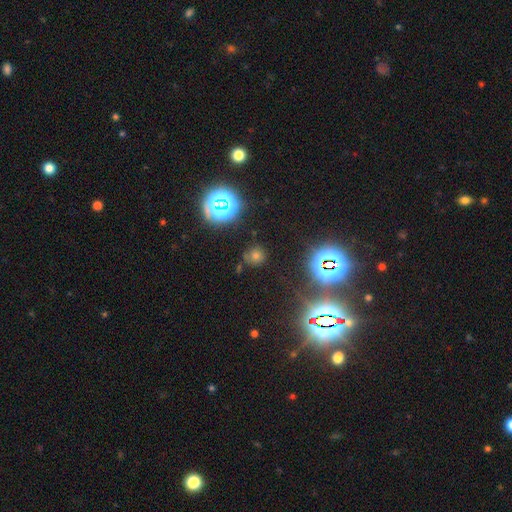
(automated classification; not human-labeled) Morphology: type=smooth (53%); roundness=round (87%); merging=none (79%).